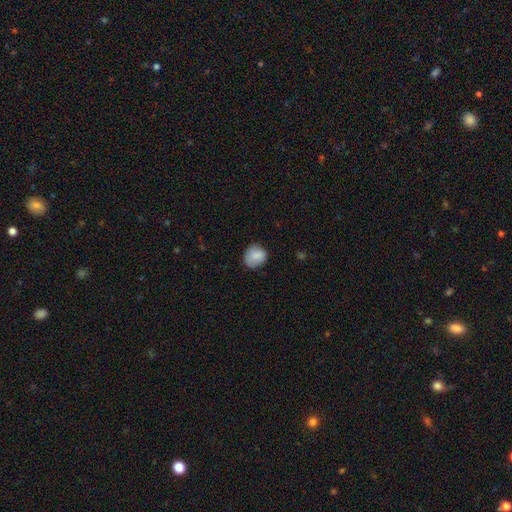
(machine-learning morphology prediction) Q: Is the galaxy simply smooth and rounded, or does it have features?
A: smooth — 82%.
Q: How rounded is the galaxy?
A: round — 75%.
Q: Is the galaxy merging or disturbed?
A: none — 76%.